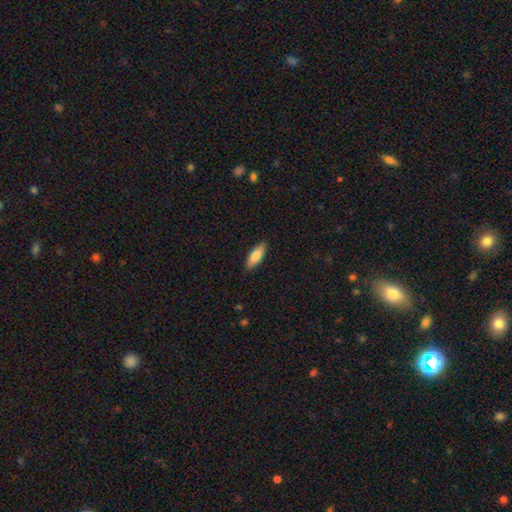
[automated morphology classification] smooth-or-featured: smooth: 79% | featured or disk: 15% | star or artifact: 6%
  how-rounded: in between: 65% | cigar-shaped: 33% | round: 2%
  merging: none: 87% | minor disturbance: 10% | major disturbance: 2% | merger: 1%